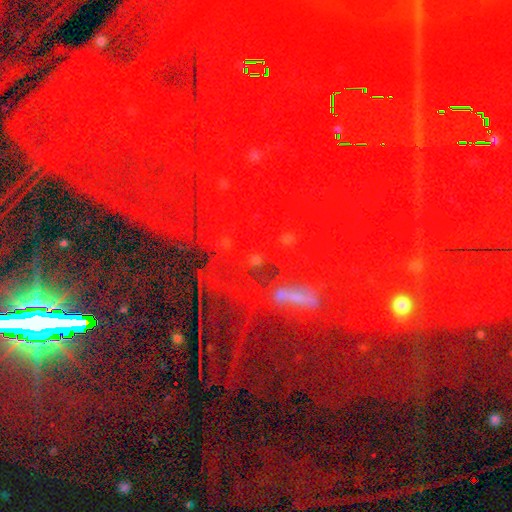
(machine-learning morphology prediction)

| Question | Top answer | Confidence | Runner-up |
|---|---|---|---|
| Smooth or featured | star or artifact | 76% | smooth (12%) |